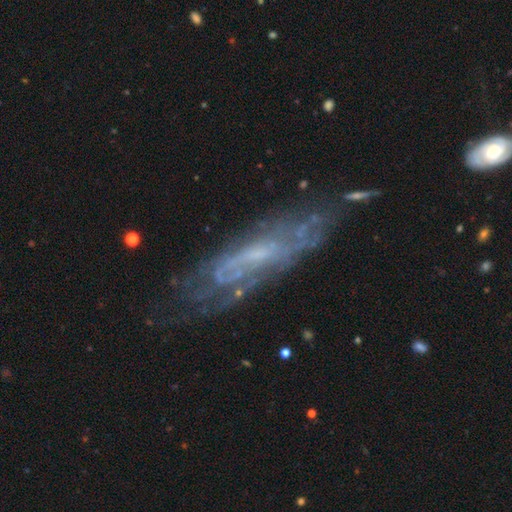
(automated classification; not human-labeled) Smooth or featured? Predicted: featured or disk (p=0.74). Edge-on disk? Predicted: no (p=0.70). Bar? Predicted: no (p=0.52). Spiral arms? Predicted: yes (p=0.75). Bulge size? Predicted: small (p=0.59). Merging? Predicted: none (p=0.68).